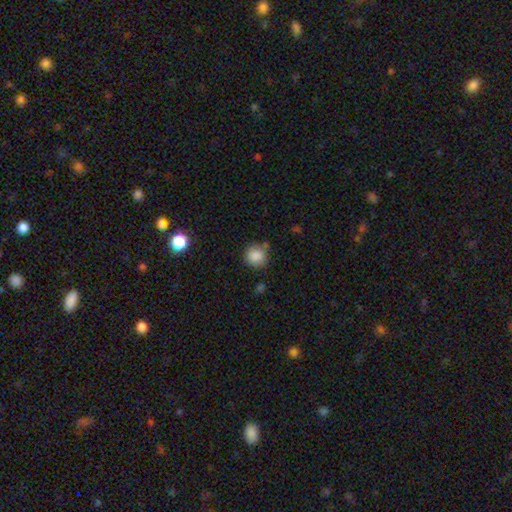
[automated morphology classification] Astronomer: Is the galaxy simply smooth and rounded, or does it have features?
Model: smooth — 86%.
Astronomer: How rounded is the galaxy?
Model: round — 85%.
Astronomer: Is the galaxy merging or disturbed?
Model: none — 71%.